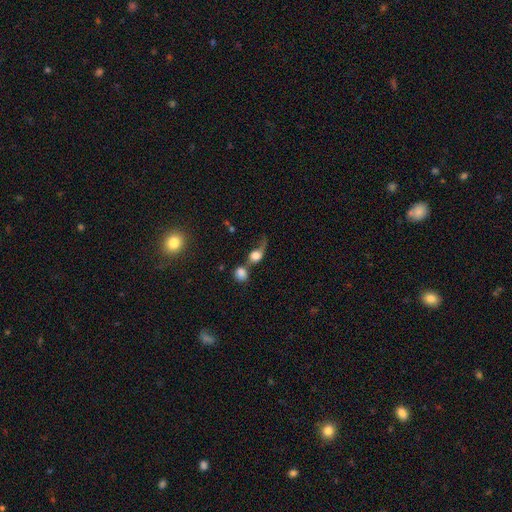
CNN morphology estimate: A smooth galaxy with no disk features (66%) that is round (58%).

Vote fractions:
- Smooth or featured? smooth: 66% / featured or disk: 22% / star or artifact: 12%
- How rounded? round: 58% / in between: 38% / cigar-shaped: 5%
- Merging? merger: 38% / major disturbance: 26% / none: 21% / minor disturbance: 14%